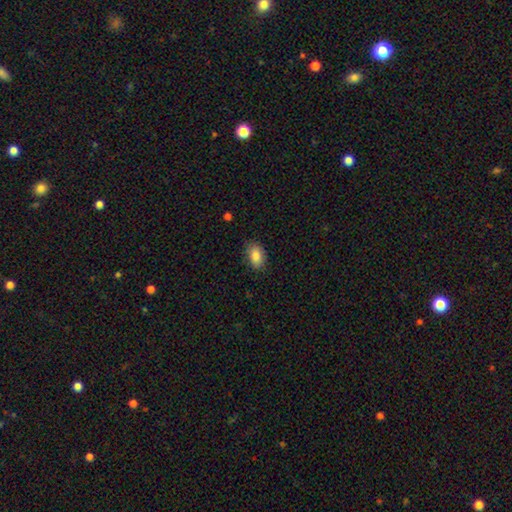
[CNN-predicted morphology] smooth-or-featured: smooth: 86% | star or artifact: 7% | featured or disk: 7%
  how-rounded: in between: 90% | round: 8% | cigar-shaped: 2%
  merging: none: 82% | minor disturbance: 14% | major disturbance: 3% | merger: 1%